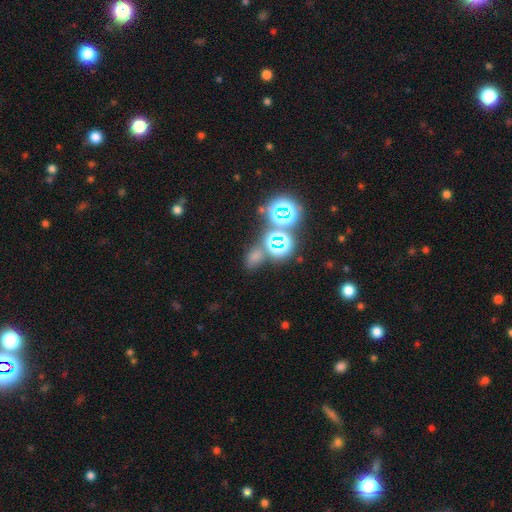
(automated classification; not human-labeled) Smooth or featured: star or artifact — 46% (smooth — 45%)